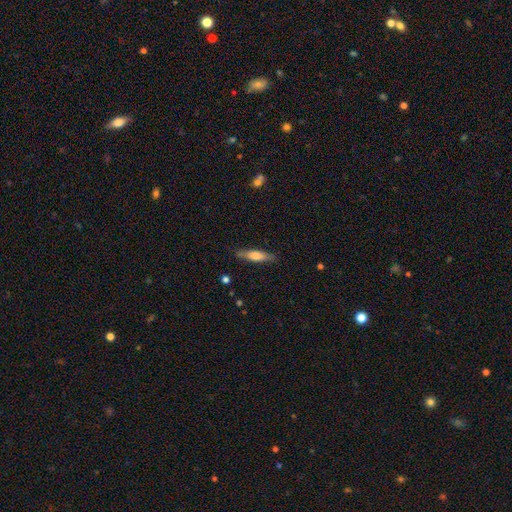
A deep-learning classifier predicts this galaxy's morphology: Smooth or featured: smooth — 57% (featured or disk — 37%)
How rounded: cigar-shaped — 77% (in between — 21%)
Merging: none — 85% (minor disturbance — 12%)